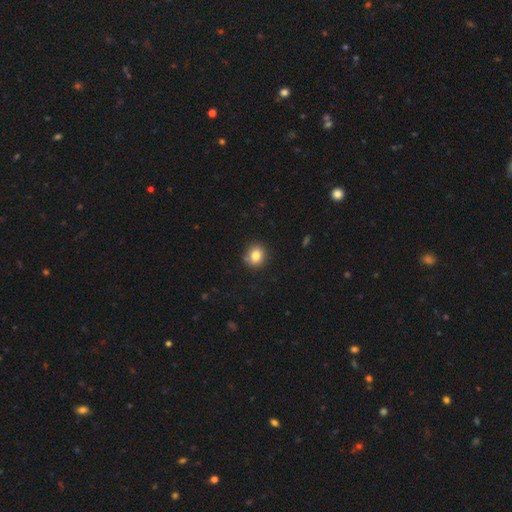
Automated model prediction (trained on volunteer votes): Overall: smooth (82%). How rounded: round (76%). Merging: none (86%).